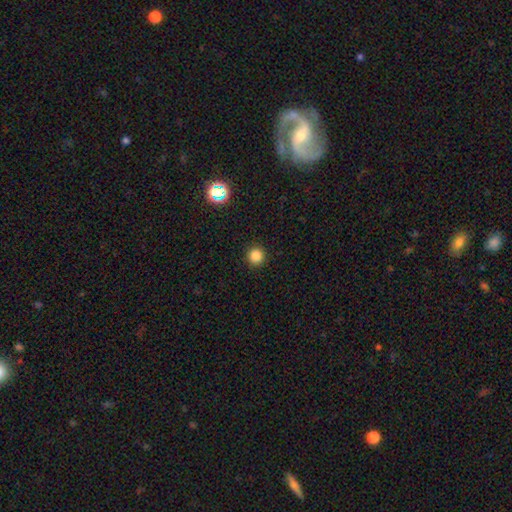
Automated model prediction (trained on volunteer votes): Morphology: type=smooth (83%); roundness=round (95%); merging=none (92%).